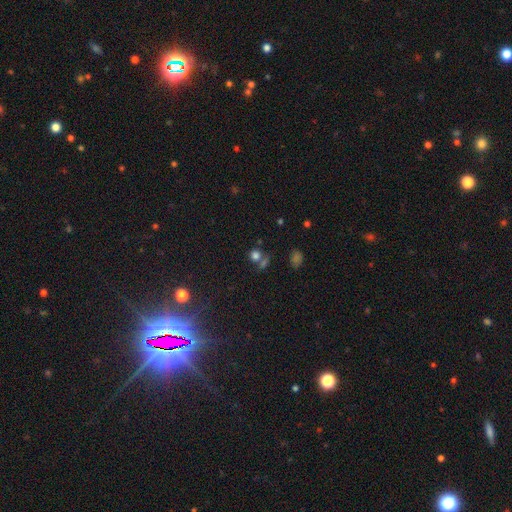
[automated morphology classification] This is likely a smooth galaxy (70%). How rounded: clearly round (83%). Merging: possibly none (57%).